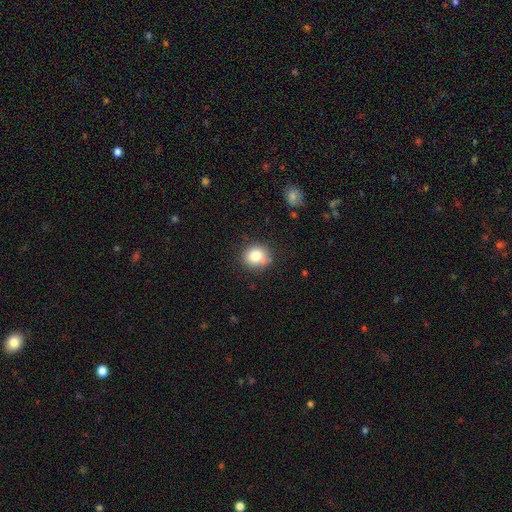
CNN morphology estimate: This is clearly a smooth galaxy (82%). How rounded: clearly round (81%). Merging: likely none (79%).